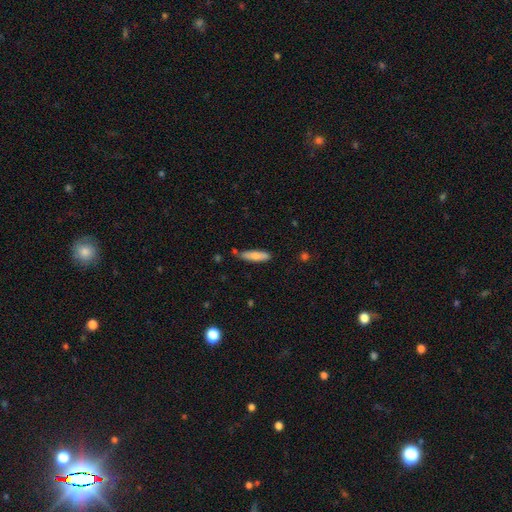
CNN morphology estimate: Q: Smooth or featured?
A: smooth (78%); runner-up: featured or disk (16%)
Q: How rounded?
A: cigar-shaped (69%); runner-up: in between (30%)
Q: Merging?
A: none (76%); runner-up: minor disturbance (17%)